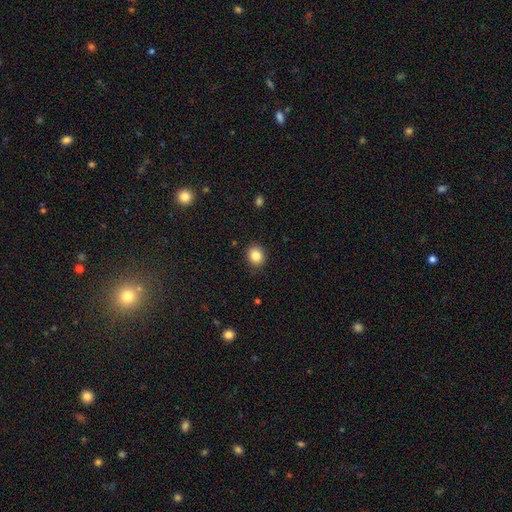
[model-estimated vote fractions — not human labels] smooth-or-featured: smooth: 85% | star or artifact: 10% | featured or disk: 5%
  how-rounded: round: 74% | in between: 25% | cigar-shaped: 1%
  merging: none: 88% | minor disturbance: 9% | major disturbance: 2% | merger: 1%